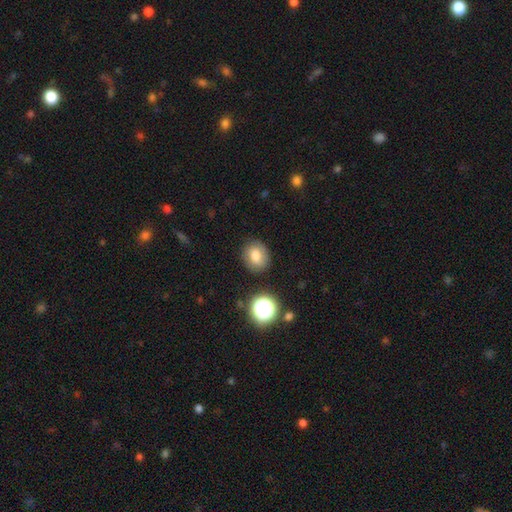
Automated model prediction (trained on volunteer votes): A smooth galaxy with no disk features (73%) that is round (59%).

Vote fractions:
- Smooth or featured? smooth: 73% / featured or disk: 16% / star or artifact: 11%
- How rounded? round: 59% / in between: 40% / cigar-shaped: 1%
- Merging? none: 82% / minor disturbance: 12% / major disturbance: 4% / merger: 2%